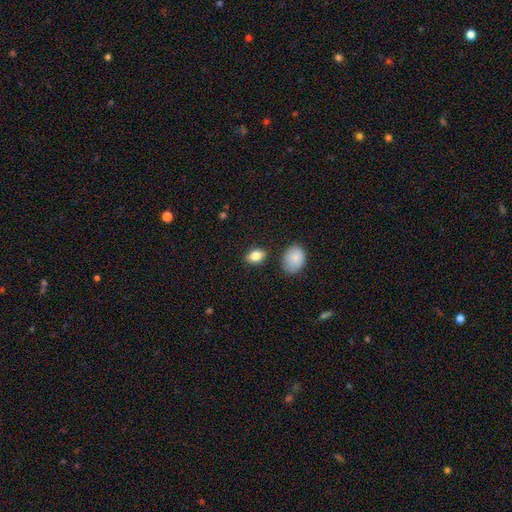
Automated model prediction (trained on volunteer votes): smooth_or_featured: smooth (p=0.81) [alt: featured or disk p=0.10]
how_rounded: in between (p=0.80) [alt: round p=0.18]
merging: none (p=0.84) [alt: minor disturbance p=0.10]